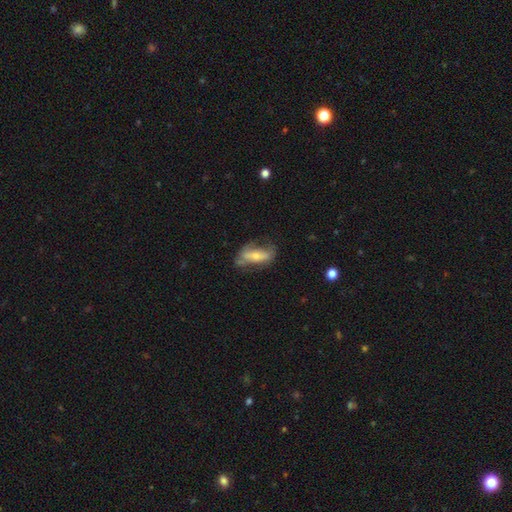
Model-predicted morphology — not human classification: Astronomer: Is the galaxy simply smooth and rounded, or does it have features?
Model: featured or disk — 47% (runner-up: smooth, 46%).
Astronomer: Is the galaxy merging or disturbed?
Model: none — 47% (runner-up: minor disturbance, 30%).